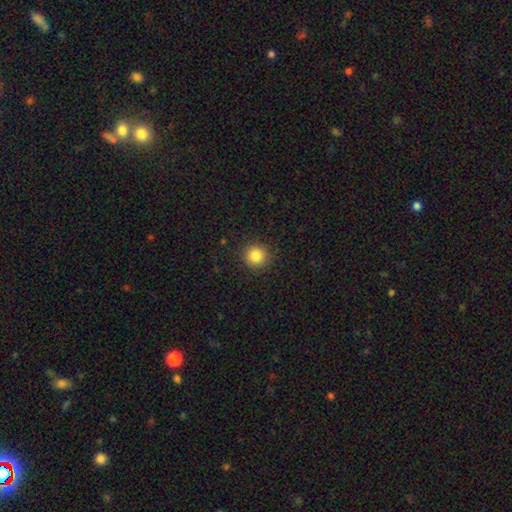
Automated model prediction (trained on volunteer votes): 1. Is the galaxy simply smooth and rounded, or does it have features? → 85% smooth, 11% star or artifact, 5% featured or disk.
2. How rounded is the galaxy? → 93% round, 6% in between, 1% cigar-shaped.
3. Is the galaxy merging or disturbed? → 91% none, 6% minor disturbance, 2% major disturbance, 1% merger.